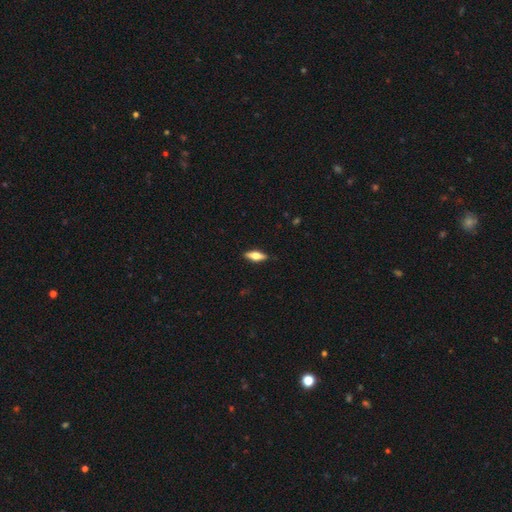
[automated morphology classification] Smooth or featured: smooth — 55% (featured or disk — 38%)
How rounded: in between — 62% (cigar-shaped — 35%)
Merging: none — 88% (minor disturbance — 9%)